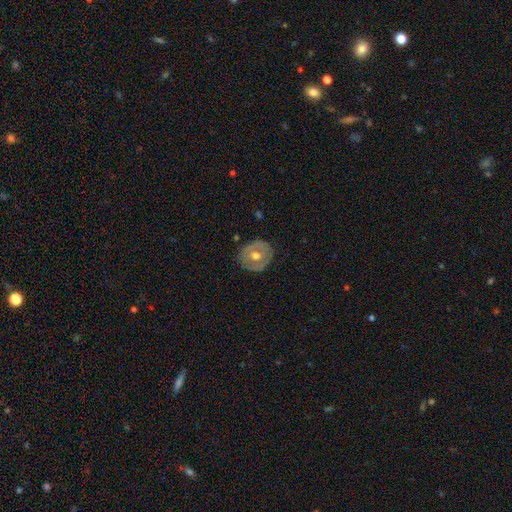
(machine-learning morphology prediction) A featured or disk galaxy (54%) with no bar (72%), no spiral arms (78%) and a moderate central bulge (81%). Merging: none (83%).